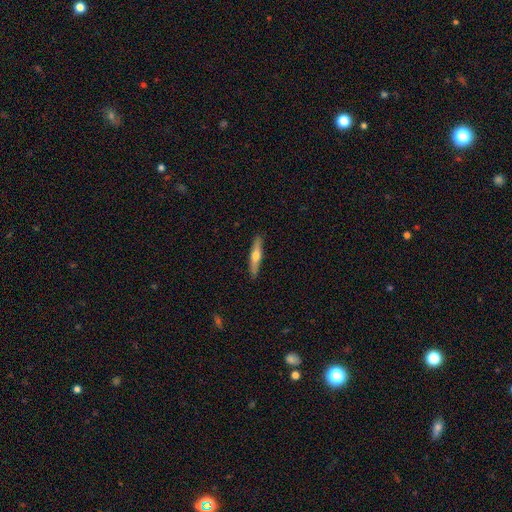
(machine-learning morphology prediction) type=featured or disk (50%); edge-on=yes (94%); merging=none (90%).